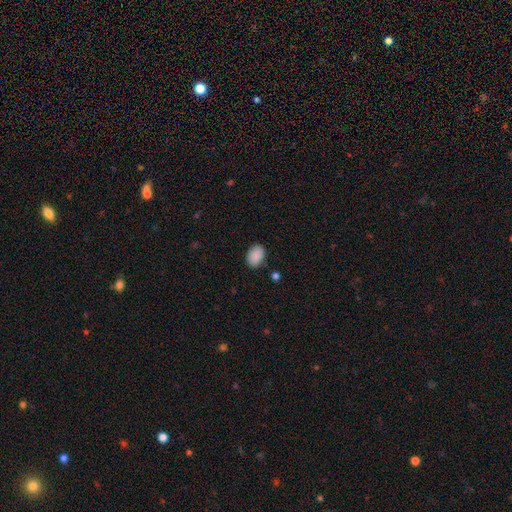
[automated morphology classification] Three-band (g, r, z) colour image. It shows a smooth galaxy with no disk features (90%) that is in between round and cigar-shaped (80%). Merging: none (86%).